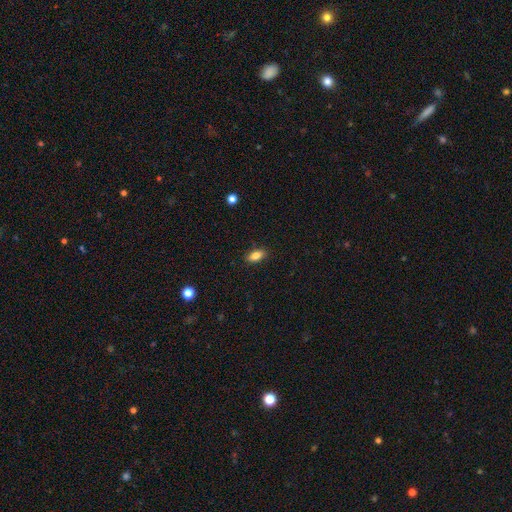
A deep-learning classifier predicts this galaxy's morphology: Smooth or featured: smooth — 82% (featured or disk — 10%)
How rounded: in between — 87% (cigar-shaped — 8%)
Merging: none — 87% (minor disturbance — 10%)